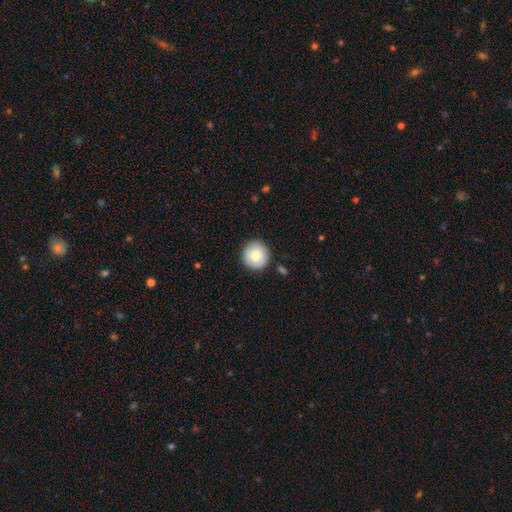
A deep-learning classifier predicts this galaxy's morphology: A smooth galaxy with no disk features (80%) that is round (94%). Merging: none (88%).